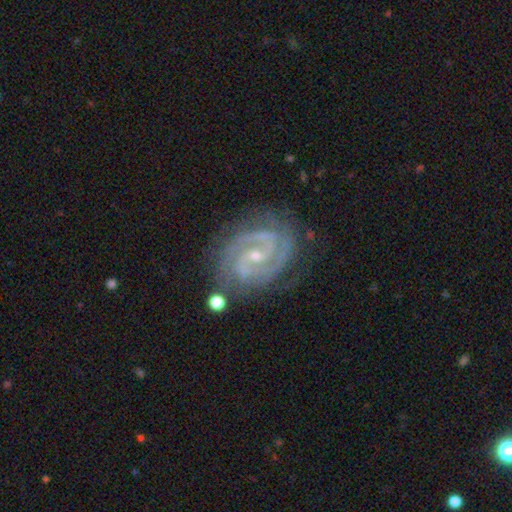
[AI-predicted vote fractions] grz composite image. It shows a featured or disk galaxy (92%) with a weak bar (42%), 2 (75%) tight (66%) spiral arms (99%) and a small central bulge (75%). Merging: none (78%).